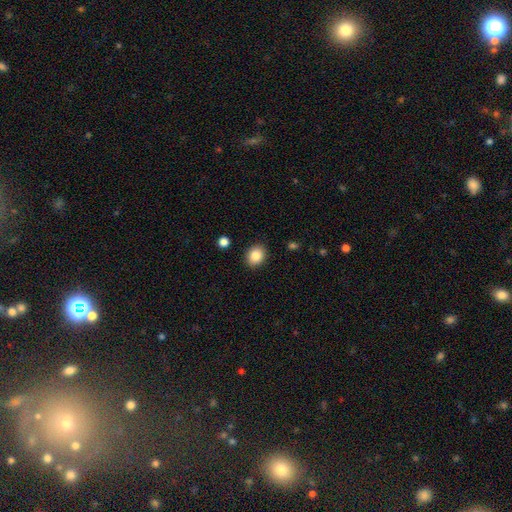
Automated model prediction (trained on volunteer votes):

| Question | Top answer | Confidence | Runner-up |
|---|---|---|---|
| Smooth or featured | smooth | 86% | star or artifact (9%) |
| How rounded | round | 53% | in between (46%) |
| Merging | none | 90% | minor disturbance (7%) |